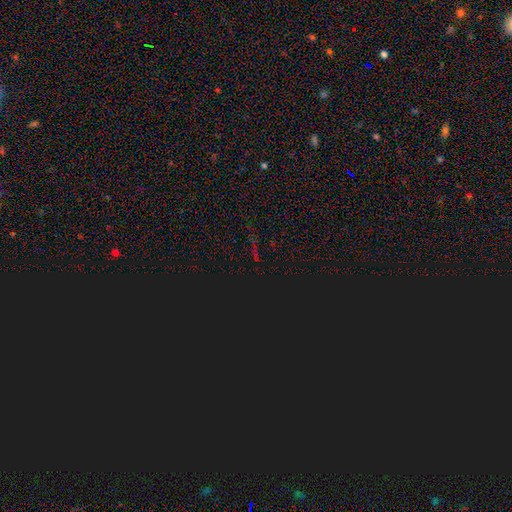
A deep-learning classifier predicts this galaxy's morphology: The model was most divided on "smooth or featured": star or artifact: 80%, smooth: 12%, featured or disk: 8%.